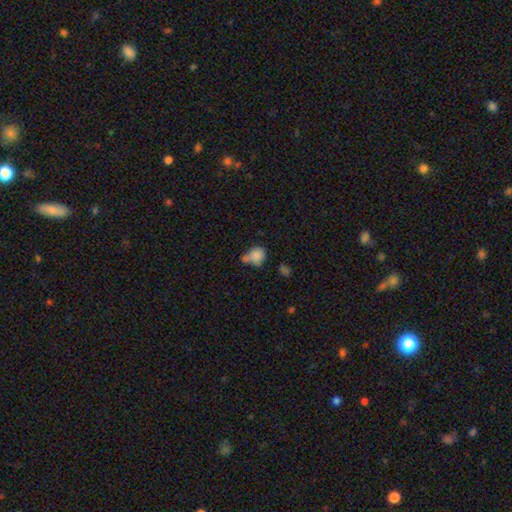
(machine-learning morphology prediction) Q: Smooth or featured?
A: smooth (77%); runner-up: star or artifact (12%)
Q: How rounded?
A: in between (50%); runner-up: round (48%)
Q: Merging?
A: none (32%); runner-up: minor disturbance (27%)